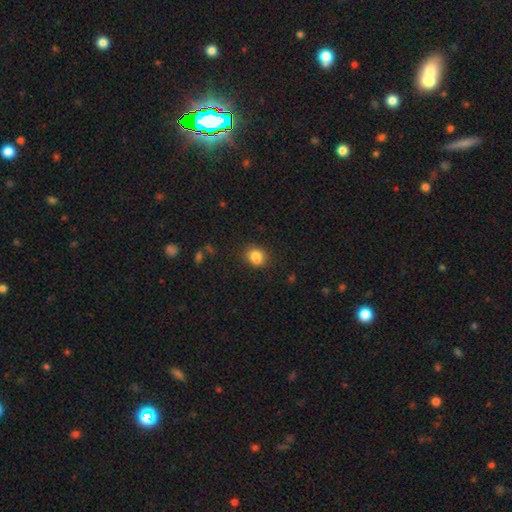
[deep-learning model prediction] smooth 80%, star or artifact 11%, featured or disk 9%. Down the decision tree: how rounded — round (64%); merging — none (59%).